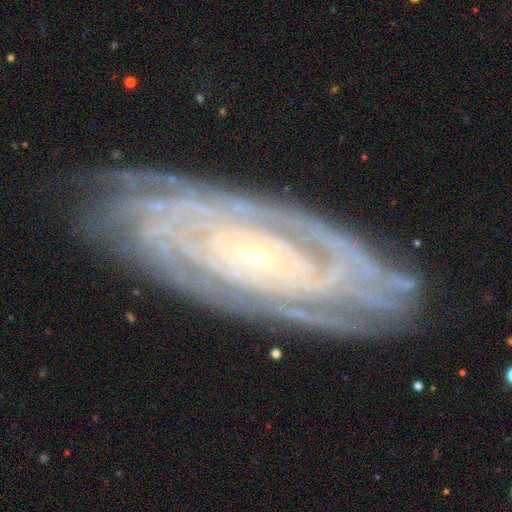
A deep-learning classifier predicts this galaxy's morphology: A featured or disk galaxy (88%) with no bar (71%), tight (86%) spiral arms (97%) and a small central bulge (86%). Merging: none (82%).